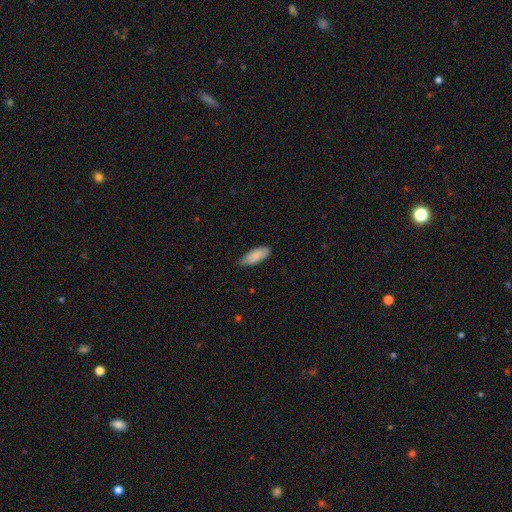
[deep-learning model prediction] This appears to be a smooth galaxy with no disk features (85%) that is in between round and cigar-shaped (79%). Merging: none (74%).